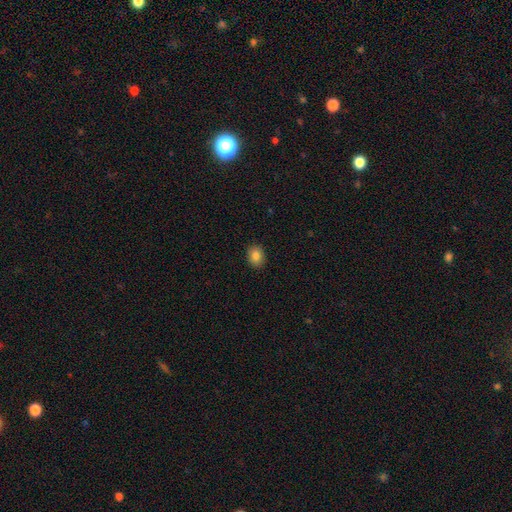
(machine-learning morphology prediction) This is clearly a smooth galaxy (84%). How rounded: possibly in between (56%). Merging: clearly none (90%).